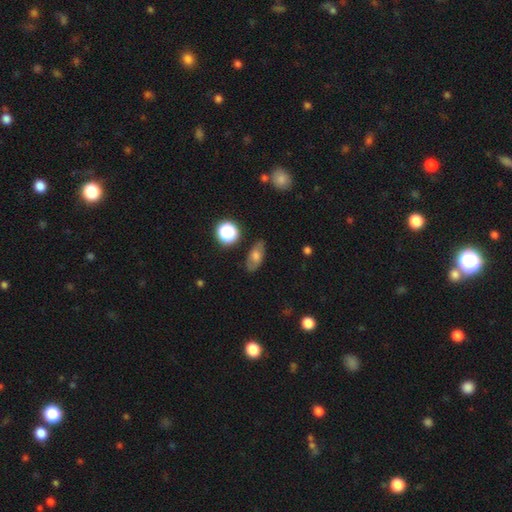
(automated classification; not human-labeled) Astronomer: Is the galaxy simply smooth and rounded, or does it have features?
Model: smooth — 60%.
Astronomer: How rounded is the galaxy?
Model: in between — 81%.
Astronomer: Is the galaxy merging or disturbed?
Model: none — 80%.